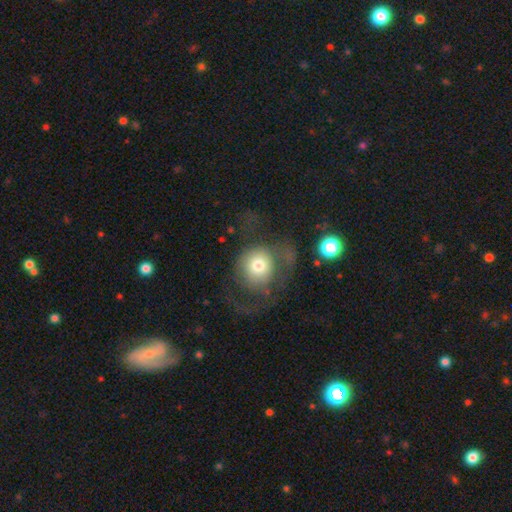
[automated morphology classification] This is possibly a featured or disk galaxy (47%). Merging: likely none (62%).